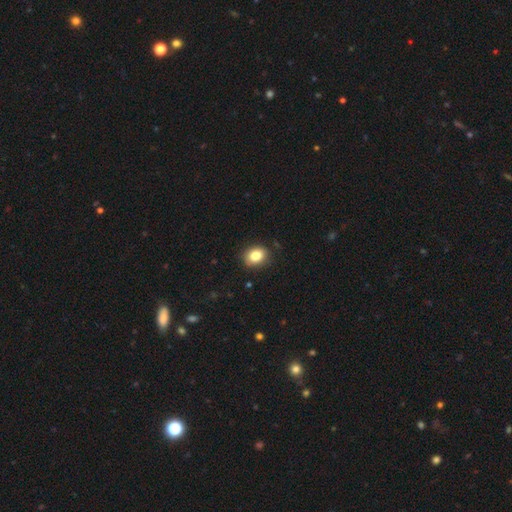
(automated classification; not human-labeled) smooth 83%, star or artifact 9%, featured or disk 7%. Down the decision tree: how rounded — in between (51%); merging — none (87%).